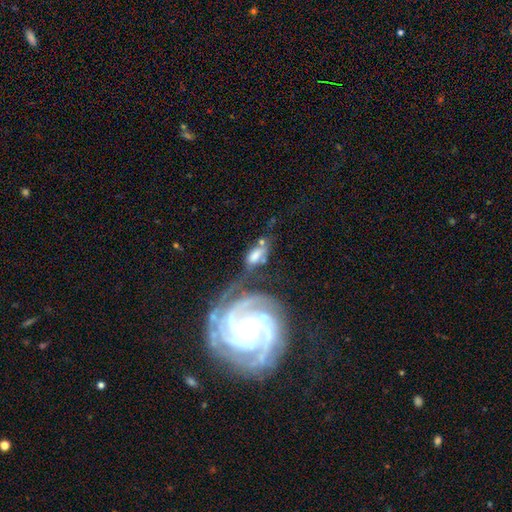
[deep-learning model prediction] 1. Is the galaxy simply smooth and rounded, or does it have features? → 50% smooth, 39% featured or disk, 11% star or artifact.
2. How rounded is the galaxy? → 87% in between, 8% cigar-shaped, 5% round.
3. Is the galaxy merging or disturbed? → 39% merger, 24% none, 20% major disturbance, 17% minor disturbance.